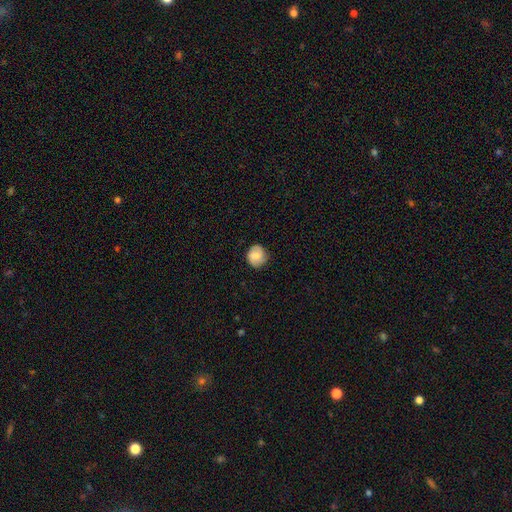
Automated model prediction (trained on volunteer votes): This is likely a smooth galaxy (73%). How rounded: clearly round (84%). Merging: clearly none (83%).